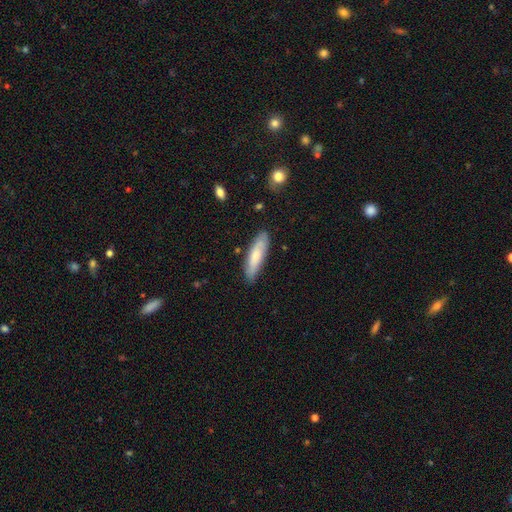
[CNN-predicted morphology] Smooth or featured? smooth (68%)
How rounded? cigar-shaped (63%)
Merging? none (82%)